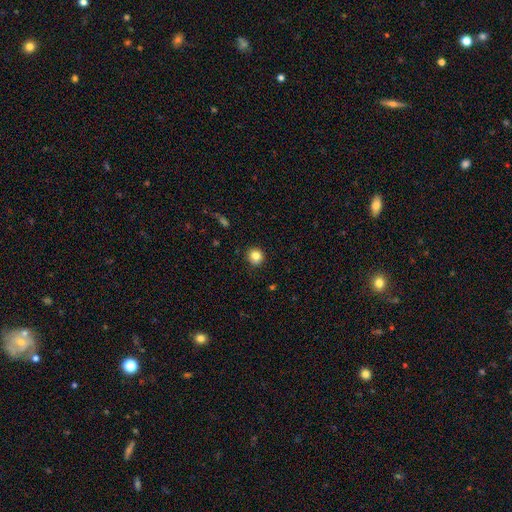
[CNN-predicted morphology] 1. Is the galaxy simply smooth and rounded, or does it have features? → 84% smooth, 10% star or artifact, 6% featured or disk.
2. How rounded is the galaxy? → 92% round, 7% in between, 1% cigar-shaped.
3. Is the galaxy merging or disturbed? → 90% none, 7% minor disturbance, 2% major disturbance, 1% merger.